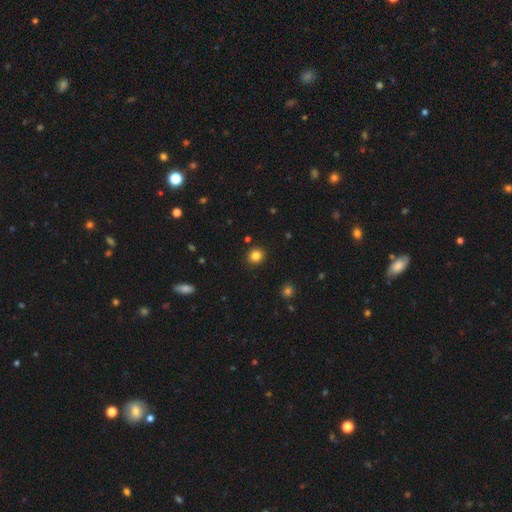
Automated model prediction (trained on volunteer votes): A smooth galaxy with no disk features (83%) that is round (84%). Merging: none (91%).